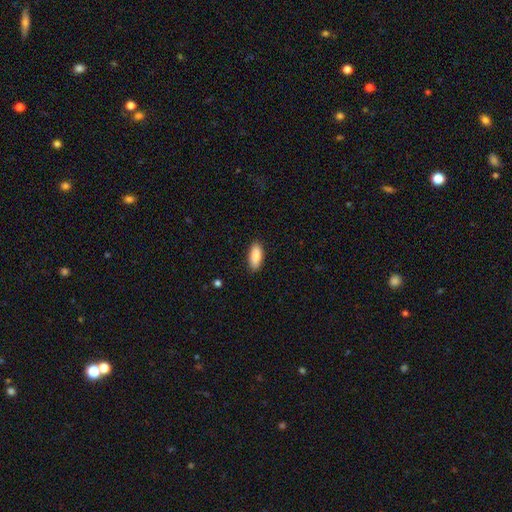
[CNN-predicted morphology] smooth-or-featured: smooth: 89% | star or artifact: 6% | featured or disk: 5%
  how-rounded: in between: 83% | cigar-shaped: 15% | round: 2%
  merging: none: 88% | minor disturbance: 9% | major disturbance: 2% | merger: 1%